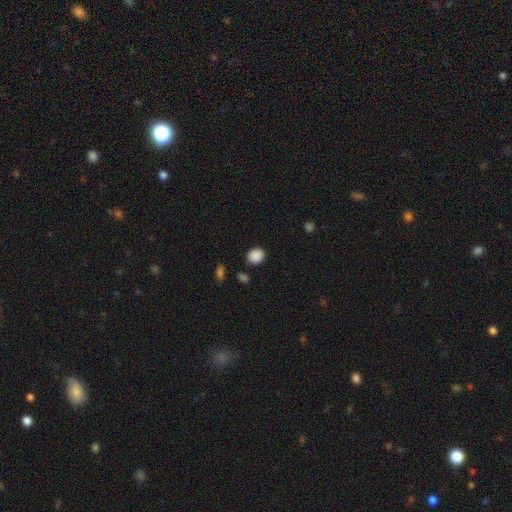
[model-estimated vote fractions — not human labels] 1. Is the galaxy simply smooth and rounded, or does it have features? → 89% smooth, 8% star or artifact, 3% featured or disk.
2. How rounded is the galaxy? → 57% round, 42% in between, 1% cigar-shaped.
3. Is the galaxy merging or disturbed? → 86% none, 9% minor disturbance, 3% major disturbance, 3% merger.